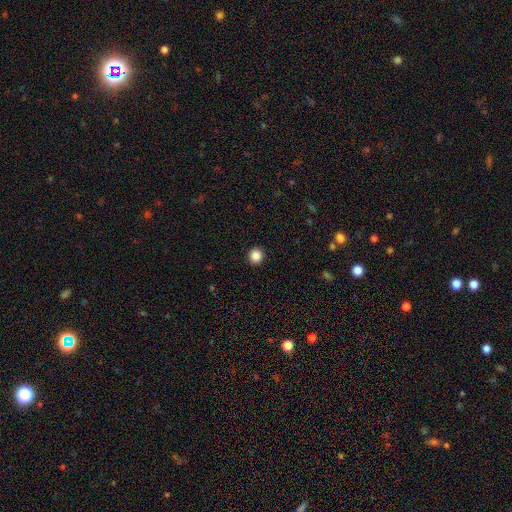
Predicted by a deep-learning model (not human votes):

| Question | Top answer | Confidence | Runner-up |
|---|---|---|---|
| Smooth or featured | smooth | 87% | star or artifact (10%) |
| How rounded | round | 92% | in between (7%) |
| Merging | none | 93% | minor disturbance (4%) |